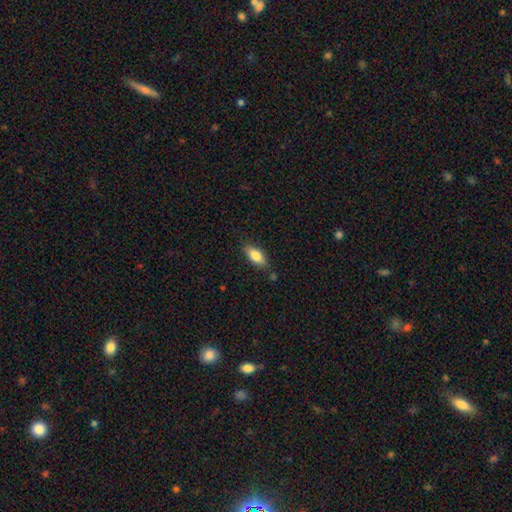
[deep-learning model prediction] Q: Smooth or featured?
A: smooth (80%); runner-up: featured or disk (13%)
Q: How rounded?
A: in between (81%); runner-up: cigar-shaped (16%)
Q: Merging?
A: none (81%); runner-up: minor disturbance (14%)